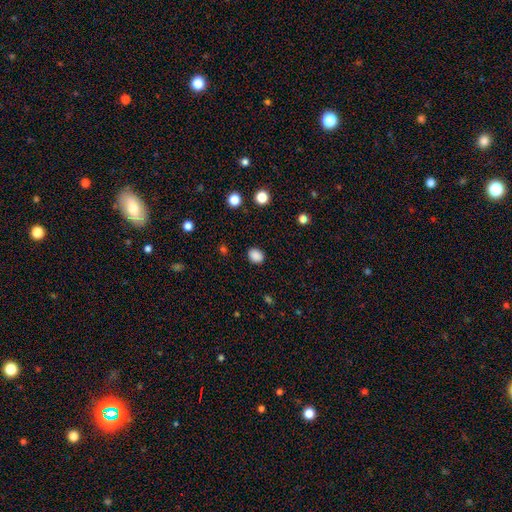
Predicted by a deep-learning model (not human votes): smooth 87%, star or artifact 10%, featured or disk 3%. Down the decision tree: how rounded — round (52%); merging — none (88%).